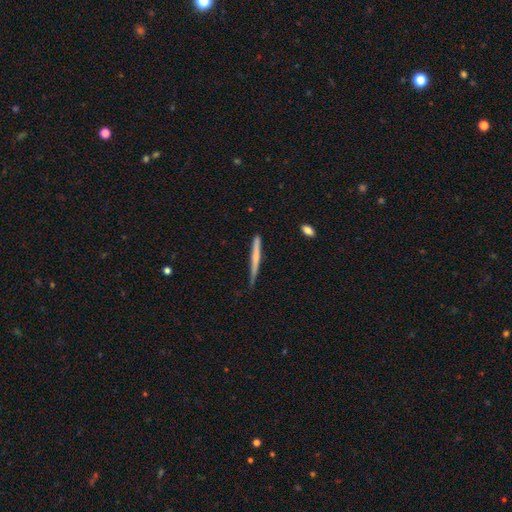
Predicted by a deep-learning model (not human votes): Overall: smooth (51%; featured or disk 43%). How rounded: cigar-shaped (96%). Merging: none (72%).